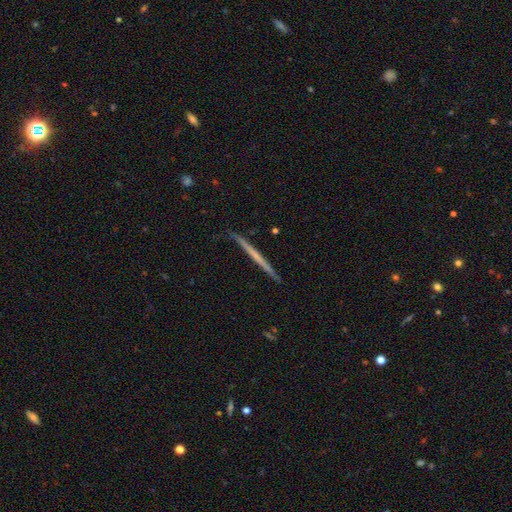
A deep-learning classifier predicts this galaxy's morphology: type=featured or disk (57%); edge-on=yes (98%); edge-on bulge=none (90%); merging=none (89%).